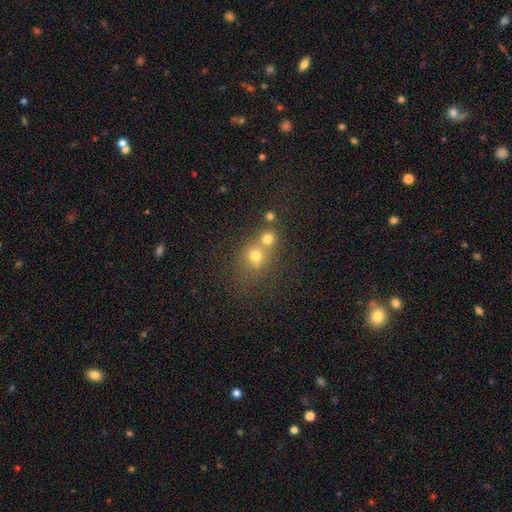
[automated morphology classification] This appears to be a smooth galaxy with no disk features (67%) that is round (78%). Merging: merger (52%).